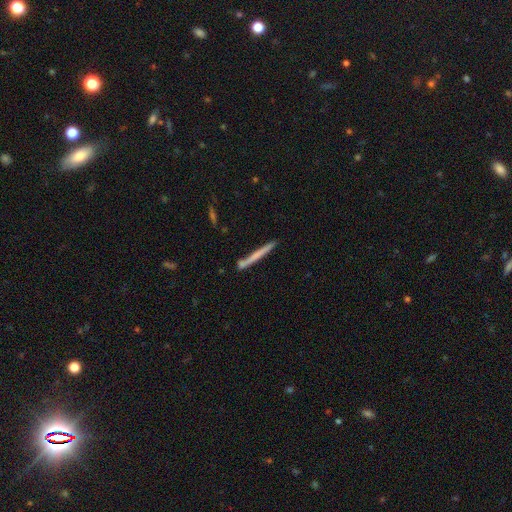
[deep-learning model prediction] The model was most divided on "smooth or featured": smooth: 55%, featured or disk: 39%, star or artifact: 6%. More confident: how rounded — cigar-shaped (97%); merging — none (85%).